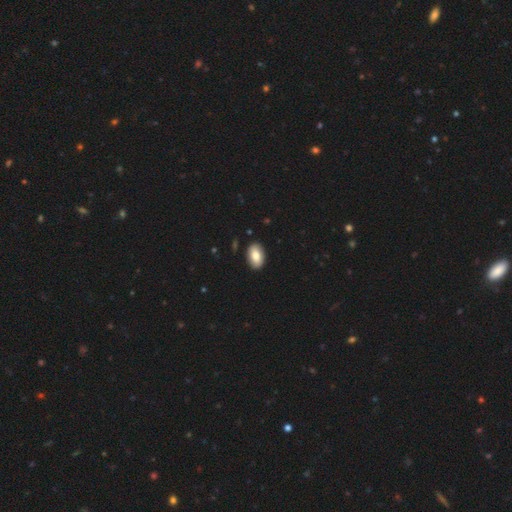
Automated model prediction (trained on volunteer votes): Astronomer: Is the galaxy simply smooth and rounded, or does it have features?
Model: smooth — 81%.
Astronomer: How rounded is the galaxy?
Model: in between — 93%.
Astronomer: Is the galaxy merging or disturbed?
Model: none — 89%.